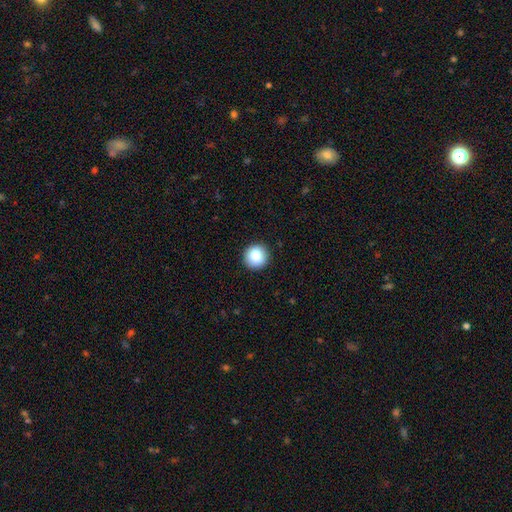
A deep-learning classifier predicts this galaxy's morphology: Smooth or featured? smooth (86%)
How rounded? round (95%)
Merging? none (92%)